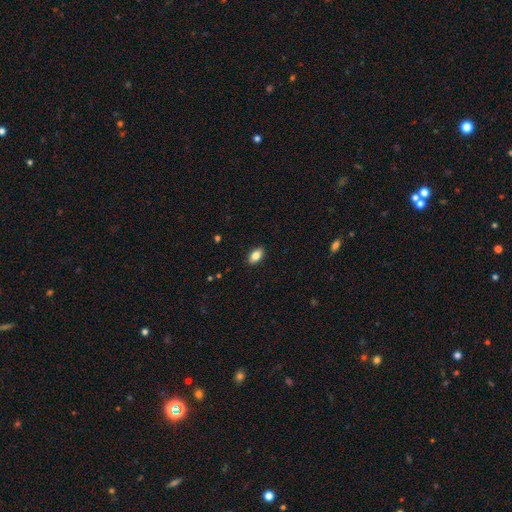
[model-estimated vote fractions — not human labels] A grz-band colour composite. It shows a smooth galaxy with no disk features (82%) that is in between round and cigar-shaped (90%). Merging: none (90%).